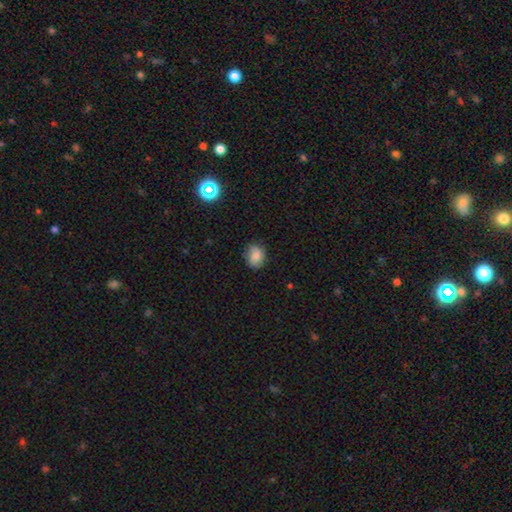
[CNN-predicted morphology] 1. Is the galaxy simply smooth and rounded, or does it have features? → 81% smooth, 10% star or artifact, 9% featured or disk.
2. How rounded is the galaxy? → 53% round, 45% in between, 1% cigar-shaped.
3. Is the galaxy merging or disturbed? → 74% none, 21% minor disturbance, 4% major disturbance, 1% merger.